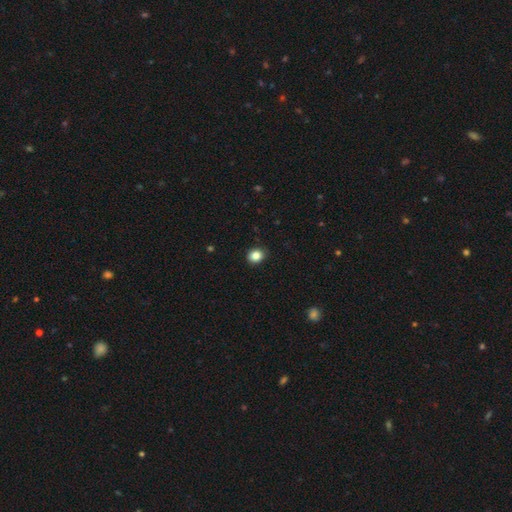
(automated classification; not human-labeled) Smooth or featured? smooth (86%)
How rounded? round (68%)
Merging? none (89%)